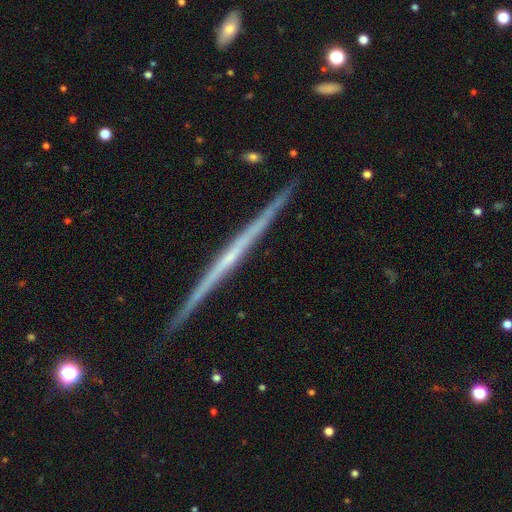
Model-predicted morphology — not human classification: smooth_or_featured: featured or disk (p=0.80) [alt: smooth p=0.14]
disk_edge_on: yes (p=0.98) [alt: no p=0.02]
edge_on_bulge: none (p=0.74) [alt: rounded p=0.21]
merging: none (p=0.92) [alt: minor disturbance p=0.06]